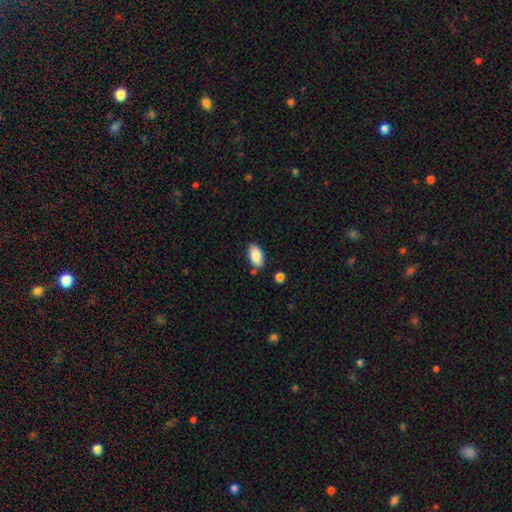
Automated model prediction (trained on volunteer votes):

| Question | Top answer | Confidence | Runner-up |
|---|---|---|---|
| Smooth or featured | smooth | 86% | featured or disk (7%) |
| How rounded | in between | 94% | cigar-shaped (3%) |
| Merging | none | 80% | minor disturbance (13%) |